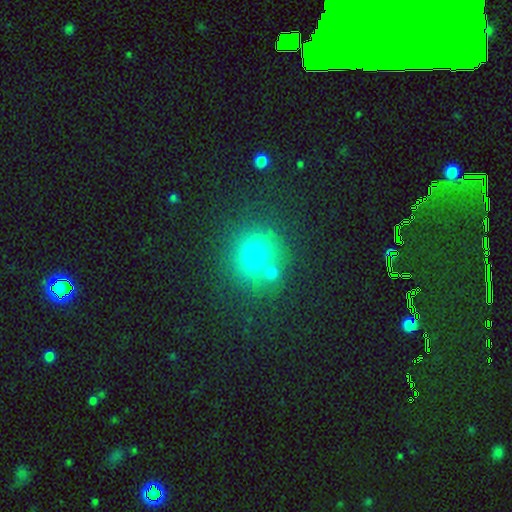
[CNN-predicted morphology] smooth-or-featured: smooth: 66% | star or artifact: 20% | featured or disk: 13%
  how-rounded: round: 83% | in between: 15% | cigar-shaped: 1%
  merging: none: 67% | merger: 17% | minor disturbance: 12% | major disturbance: 5%